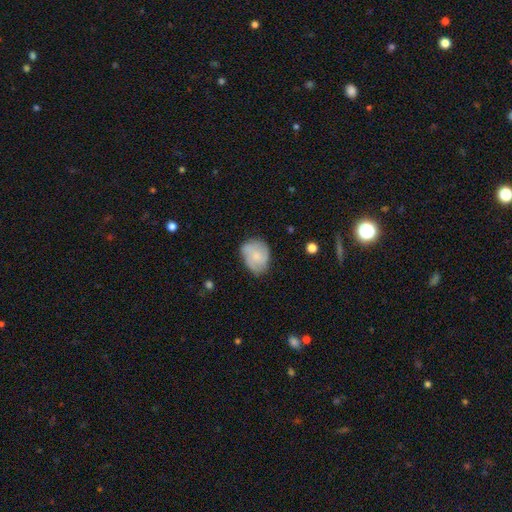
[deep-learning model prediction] Smooth or featured? Predicted: smooth (p=0.61). How rounded? Predicted: in between (p=0.53). Merging? Predicted: none (p=0.59).